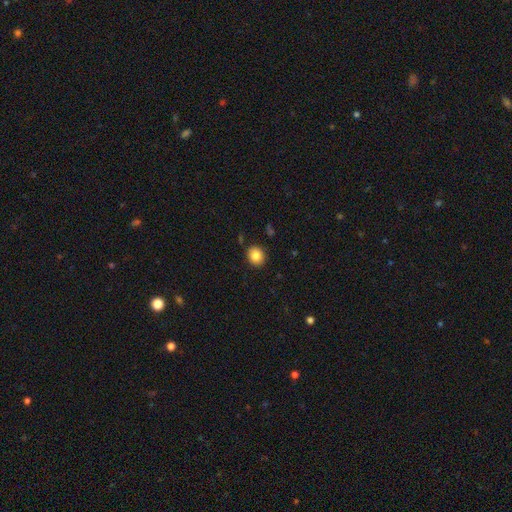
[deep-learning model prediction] smooth 84%, star or artifact 10%, featured or disk 7%. Down the decision tree: how rounded — round (75%); merging — none (88%).